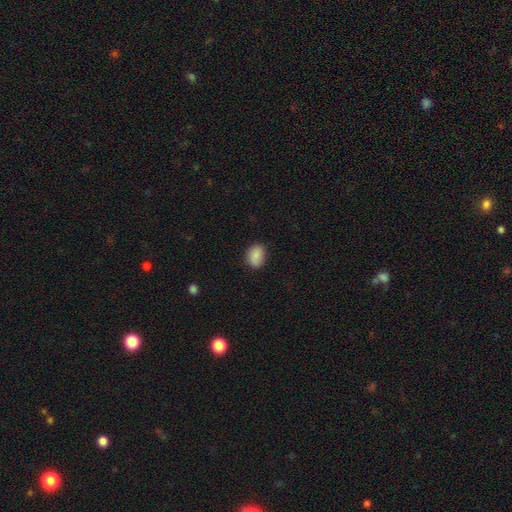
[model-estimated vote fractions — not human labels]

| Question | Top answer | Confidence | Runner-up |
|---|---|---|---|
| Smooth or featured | smooth | 87% | star or artifact (8%) |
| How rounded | in between | 71% | round (28%) |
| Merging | none | 81% | minor disturbance (15%) |